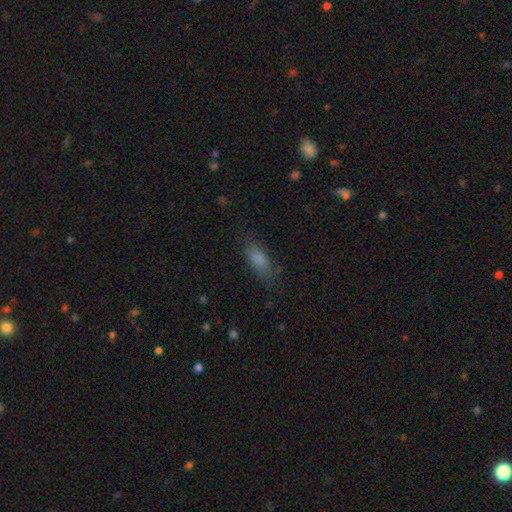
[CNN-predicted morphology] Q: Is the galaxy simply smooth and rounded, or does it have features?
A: smooth — 72%.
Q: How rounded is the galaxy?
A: in between — 68%.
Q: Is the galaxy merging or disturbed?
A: none — 76%.